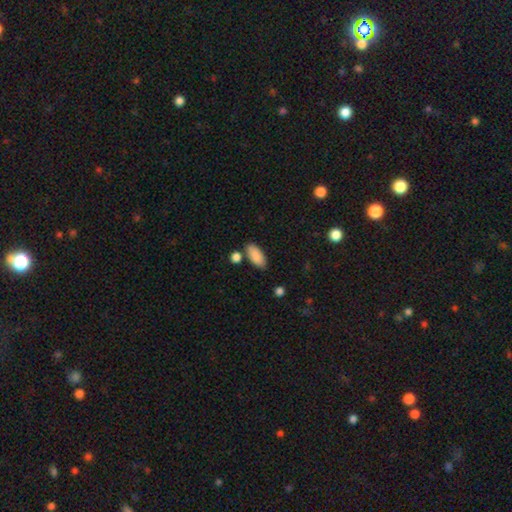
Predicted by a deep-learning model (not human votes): Morphology: type=smooth (89%); roundness=in between (88%); merging=none (78%).